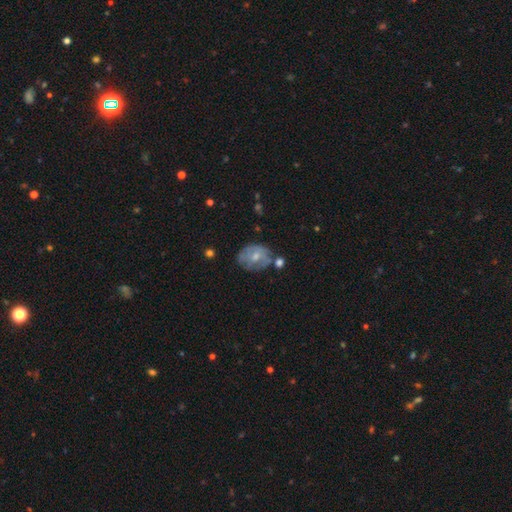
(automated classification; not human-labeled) Q: Smooth or featured?
A: smooth (48%); runner-up: featured or disk (44%)
Q: Merging?
A: none (52%); runner-up: minor disturbance (28%)